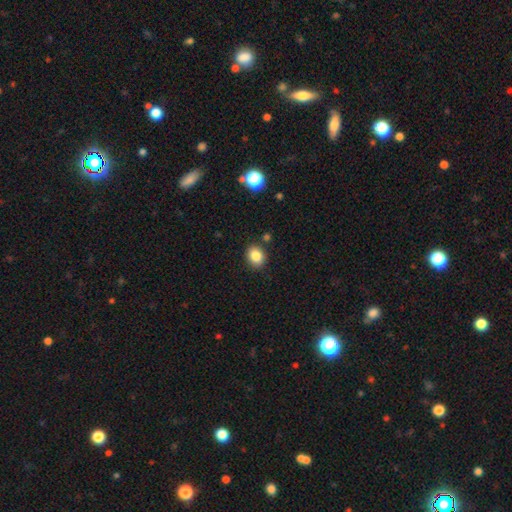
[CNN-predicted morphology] smooth-or-featured: smooth: 84% | star or artifact: 10% | featured or disk: 6%
  how-rounded: round: 56% | in between: 44% | cigar-shaped: 1%
  merging: none: 85% | minor disturbance: 9% | merger: 4% | major disturbance: 2%